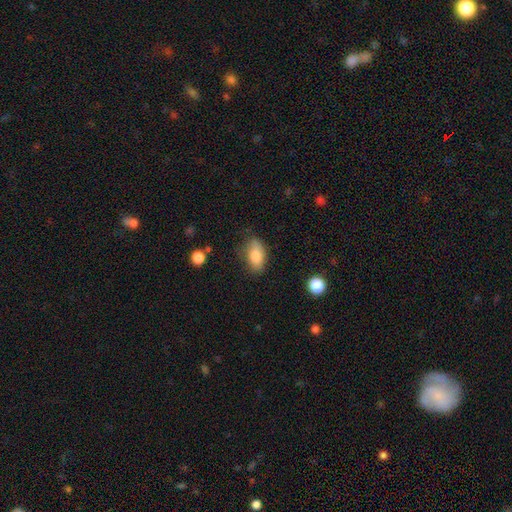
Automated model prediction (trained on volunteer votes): Smooth or featured: smooth — 84% (featured or disk — 9%)
How rounded: in between — 90% (round — 7%)
Merging: none — 64% (minor disturbance — 27%)